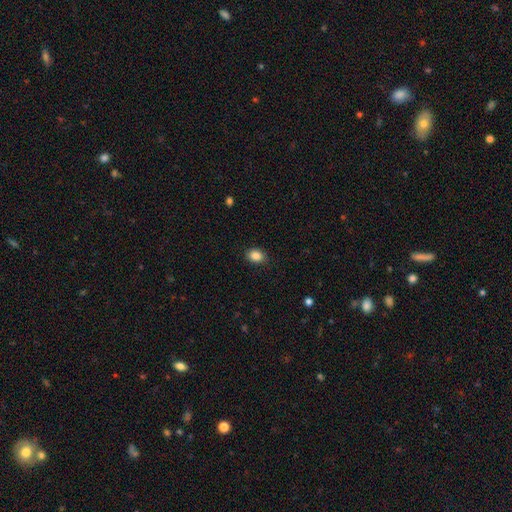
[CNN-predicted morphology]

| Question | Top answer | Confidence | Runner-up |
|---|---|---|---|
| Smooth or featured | smooth | 87% | star or artifact (9%) |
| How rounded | in between | 67% | round (32%) |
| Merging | none | 88% | minor disturbance (9%) |